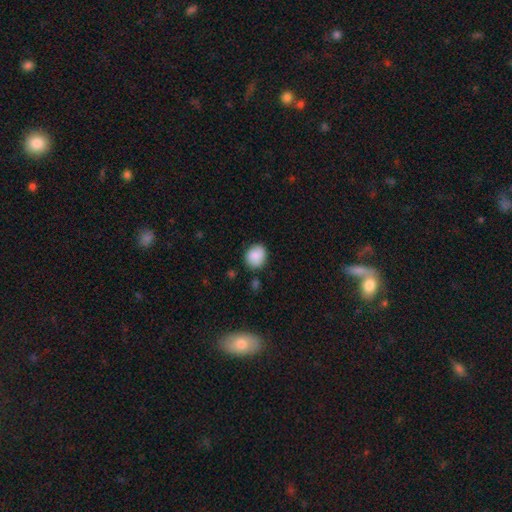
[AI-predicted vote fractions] Smooth or featured?
  - smooth: 86% *
  - star or artifact: 8%
  - featured or disk: 6%
How rounded?
  - round: 68% *
  - in between: 32%
  - cigar-shaped: 1%
Merging?
  - none: 79% *
  - minor disturbance: 15%
  - major disturbance: 3%
  - merger: 3%